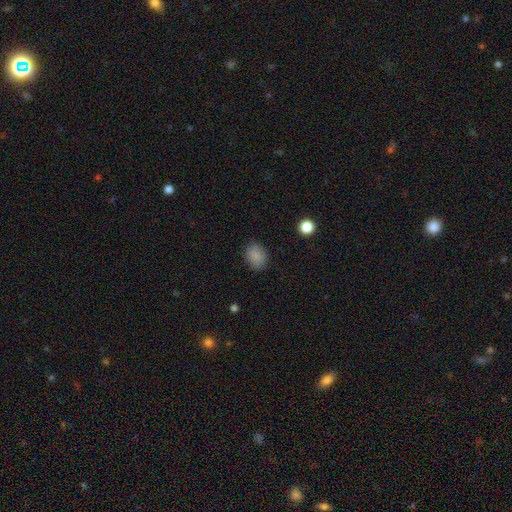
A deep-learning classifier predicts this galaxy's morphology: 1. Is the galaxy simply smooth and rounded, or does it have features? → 85% smooth, 10% star or artifact, 5% featured or disk.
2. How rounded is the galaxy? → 55% in between, 44% round, 1% cigar-shaped.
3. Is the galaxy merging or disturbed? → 85% none, 11% minor disturbance, 3% major disturbance, 1% merger.